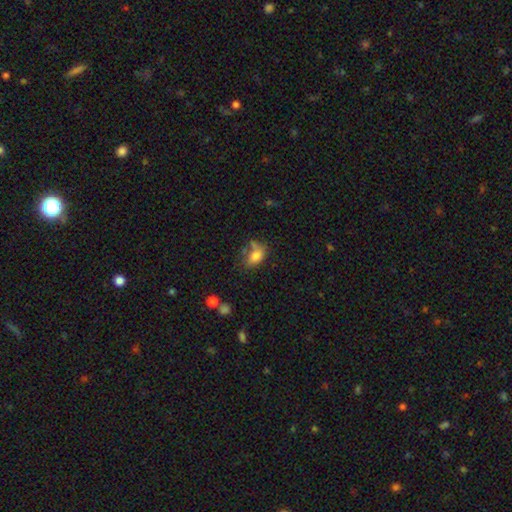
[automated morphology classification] A smooth galaxy with no disk features (78%) that is in between round and cigar-shaped (84%). Merging: none (44%).